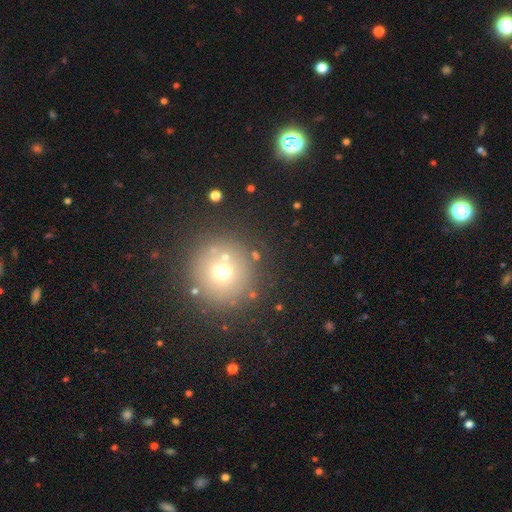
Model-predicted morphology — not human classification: smooth 57%, star or artifact 27%, featured or disk 16%. Down the decision tree: how rounded — round (93%); merging — none (83%).